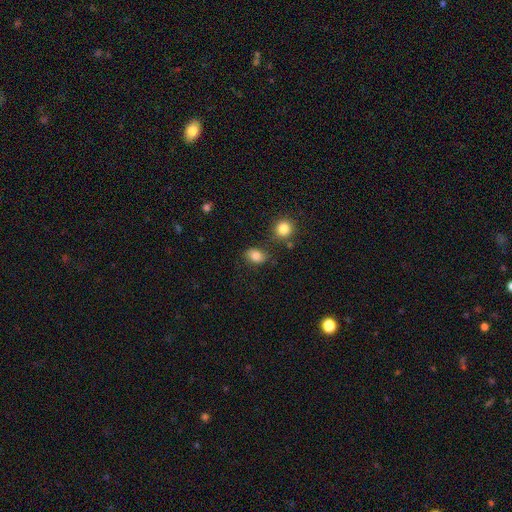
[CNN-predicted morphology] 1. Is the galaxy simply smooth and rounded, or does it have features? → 78% smooth, 11% featured or disk, 11% star or artifact.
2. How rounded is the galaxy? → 68% in between, 31% round, 1% cigar-shaped.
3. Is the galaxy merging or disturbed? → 68% none, 20% minor disturbance, 7% major disturbance, 5% merger.